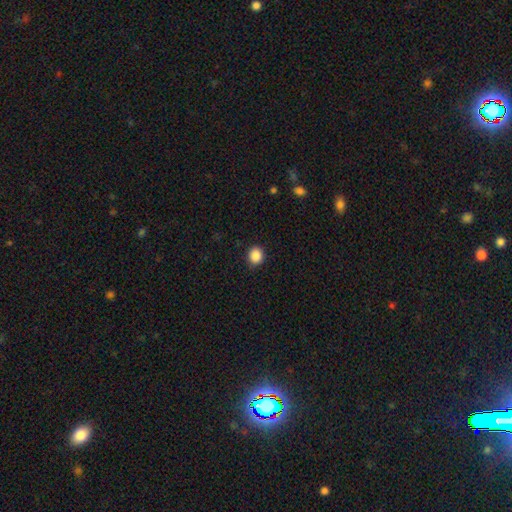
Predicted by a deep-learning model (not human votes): This is clearly a smooth galaxy (88%). How rounded: likely round (75%). Merging: clearly none (89%).